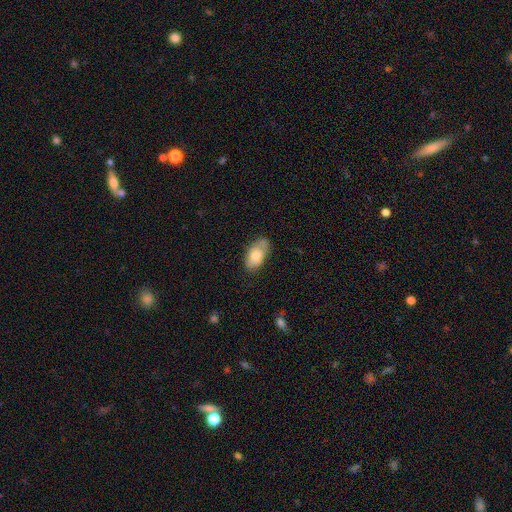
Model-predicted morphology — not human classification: This appears to be a smooth galaxy with no disk features (73%) that is in between round and cigar-shaped (93%). Merging: none (61%).